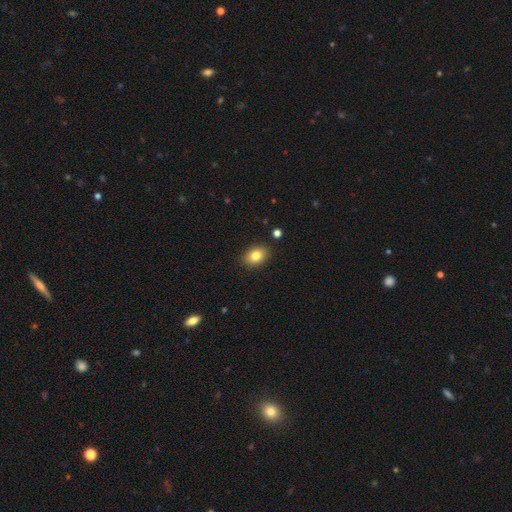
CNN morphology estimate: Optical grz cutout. It shows a smooth galaxy with no disk features (83%) that is in between round and cigar-shaped (71%). Merging: none (88%).